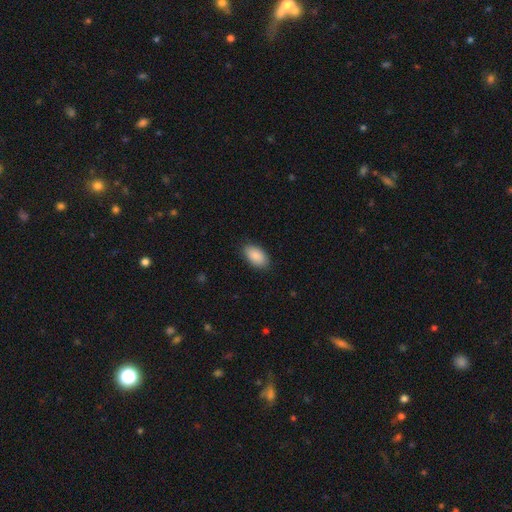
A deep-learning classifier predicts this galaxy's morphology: This is clearly a smooth galaxy (89%). How rounded: clearly in between (95%). Merging: clearly none (87%).